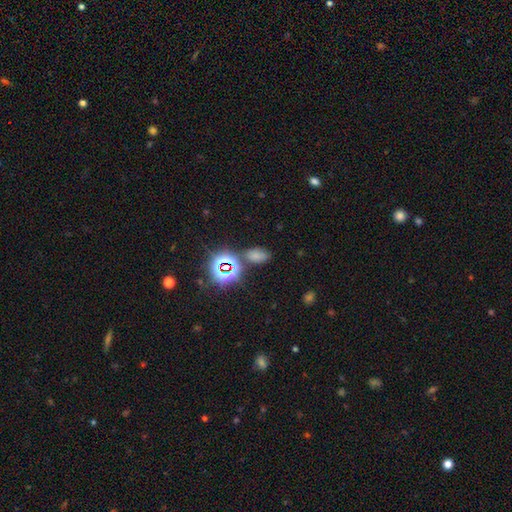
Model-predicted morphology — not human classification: smooth 57%, star or artifact 35%, featured or disk 8%. Down the decision tree: how rounded — in between (87%); merging — none (69%).